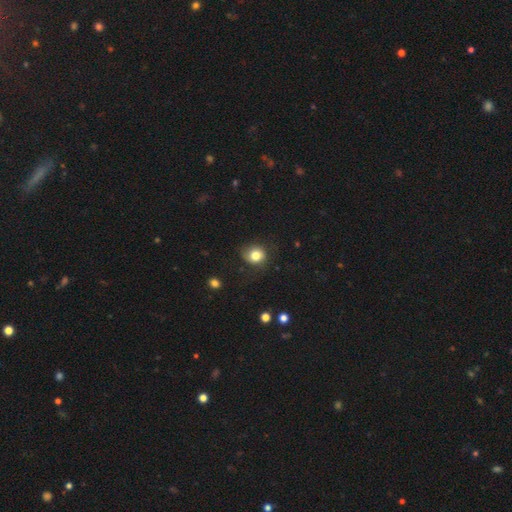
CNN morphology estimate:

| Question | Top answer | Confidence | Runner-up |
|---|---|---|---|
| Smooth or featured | smooth | 80% | star or artifact (11%) |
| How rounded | round | 78% | in between (21%) |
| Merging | none | 72% | minor disturbance (20%) |